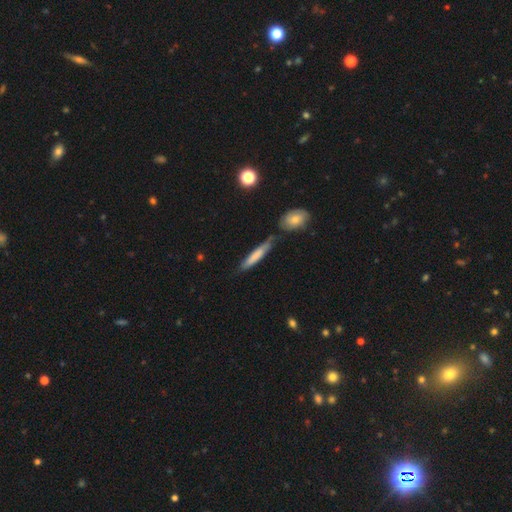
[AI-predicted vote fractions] This is likely a smooth galaxy (71%). How rounded: clearly cigar-shaped (90%). Merging: likely none (65%).